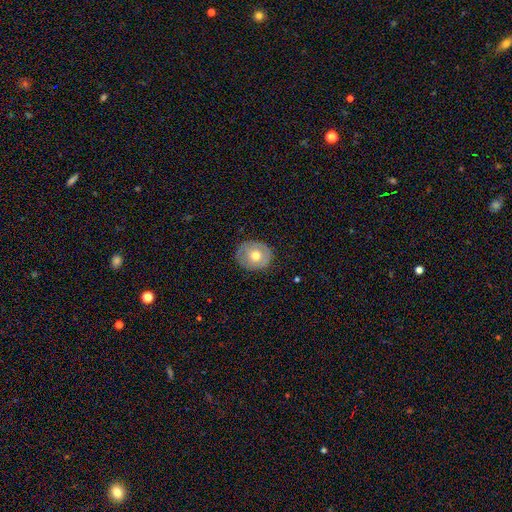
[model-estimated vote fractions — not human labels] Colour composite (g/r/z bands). It shows a smooth galaxy with no disk features (51%) that is round (67%). Merging: none (81%).